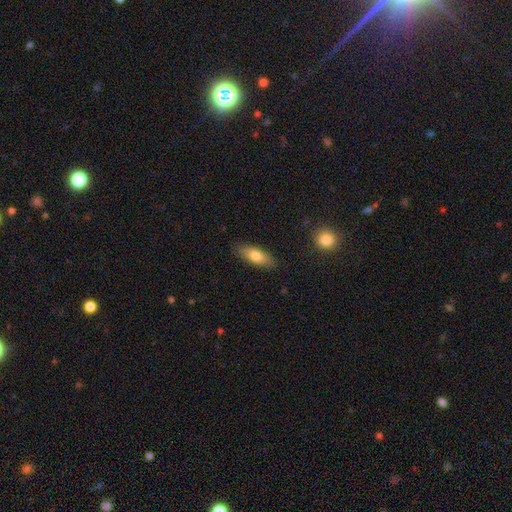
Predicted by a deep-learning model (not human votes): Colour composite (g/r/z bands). It shows a smooth galaxy with no disk features (74%) that is in between round and cigar-shaped (65%). Merging: none (86%).